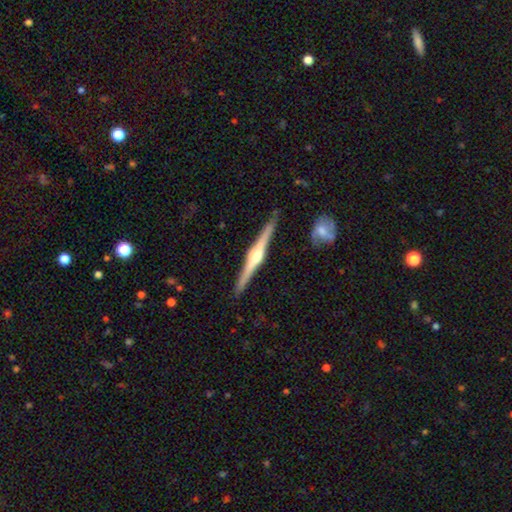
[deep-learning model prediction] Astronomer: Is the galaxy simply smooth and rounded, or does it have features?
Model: featured or disk — 81%.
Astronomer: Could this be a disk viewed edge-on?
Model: yes — 98%.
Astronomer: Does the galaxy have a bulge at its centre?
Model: rounded — 89%.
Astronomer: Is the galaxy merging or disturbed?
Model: none — 90%.